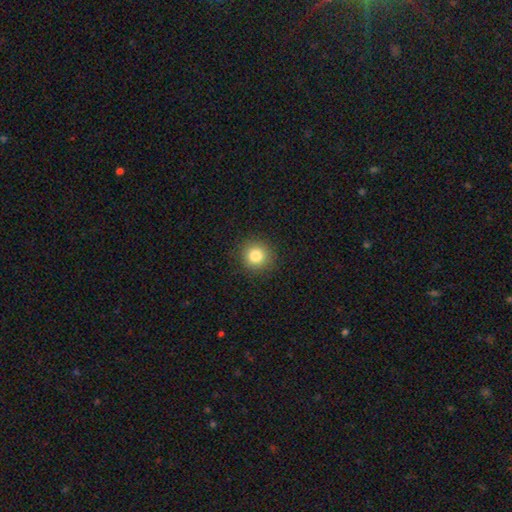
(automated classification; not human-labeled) A smooth galaxy with no disk features (82%) that is round (92%). Merging: none (90%).